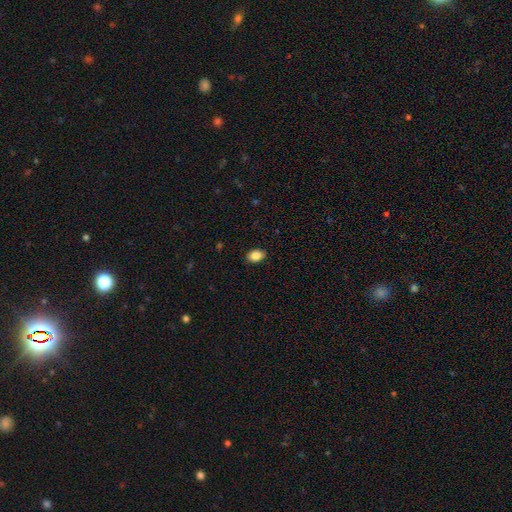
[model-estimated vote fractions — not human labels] Smooth or featured?
  - smooth: 86% *
  - star or artifact: 8%
  - featured or disk: 5%
How rounded?
  - in between: 81% *
  - round: 18%
  - cigar-shaped: 1%
Merging?
  - none: 89% *
  - minor disturbance: 8%
  - major disturbance: 2%
  - merger: 1%